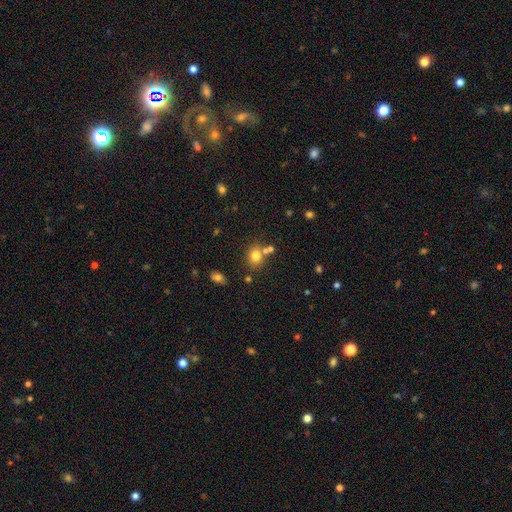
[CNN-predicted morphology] Overall: smooth (76%). How rounded: round (65%; in between 34%). Merging: none (65%).